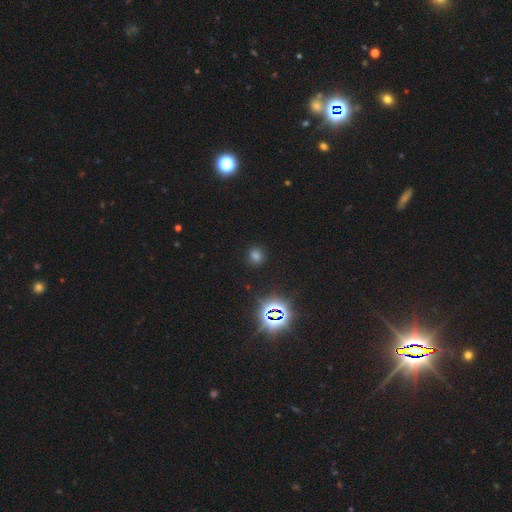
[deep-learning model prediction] This is likely a smooth galaxy (65%). How rounded: likely round (72%). Merging: clearly none (86%).